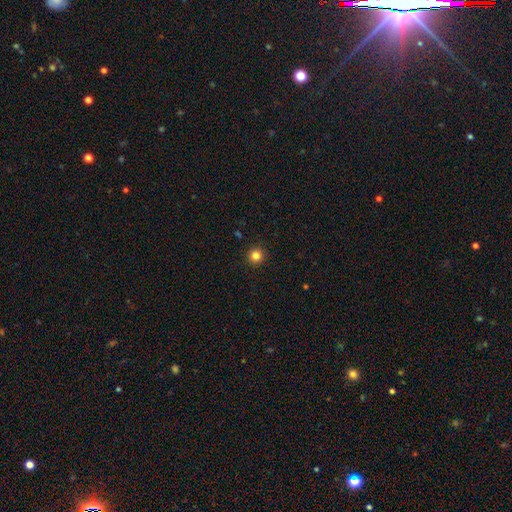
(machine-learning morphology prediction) The model was most divided on "smooth or featured": smooth: 83%, star or artifact: 13%, featured or disk: 4%. More confident: how rounded — round (96%); merging — none (93%).